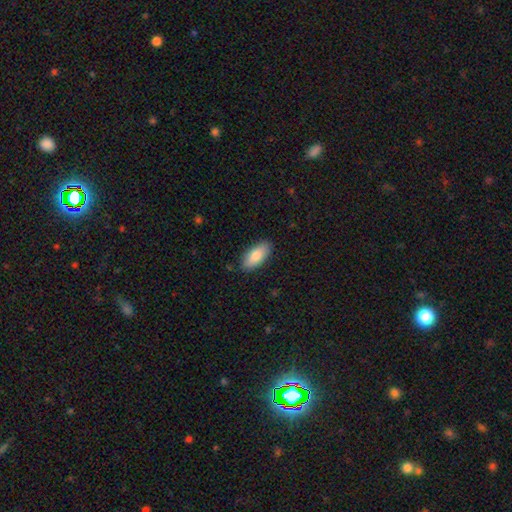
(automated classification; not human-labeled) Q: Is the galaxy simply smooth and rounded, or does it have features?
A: smooth — 84%.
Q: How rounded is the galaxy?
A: in between — 90%.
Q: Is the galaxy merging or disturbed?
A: none — 87%.